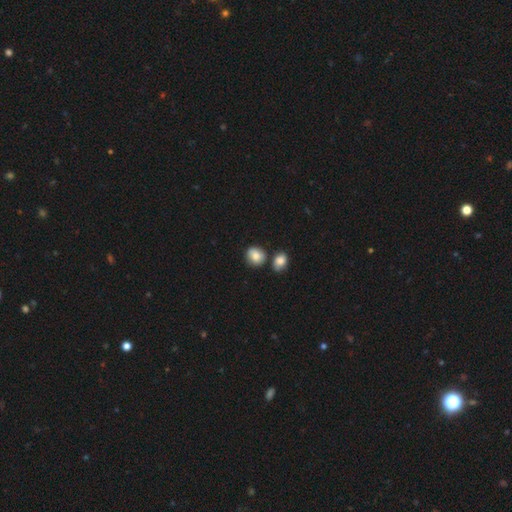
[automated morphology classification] This is clearly a smooth galaxy (83%). How rounded: likely round (72%). Merging: likely none (67%).